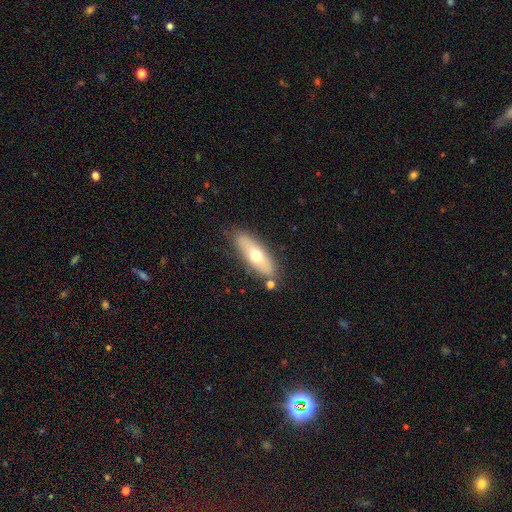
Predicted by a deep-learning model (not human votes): A smooth galaxy with no disk features (57%) that is in between round and cigar-shaped (58%).

Vote fractions:
- Smooth or featured? smooth: 57% / featured or disk: 36% / star or artifact: 7%
- How rounded? in between: 58% / cigar-shaped: 38% / round: 3%
- Merging? none: 78% / minor disturbance: 13% / merger: 5% / major disturbance: 3%